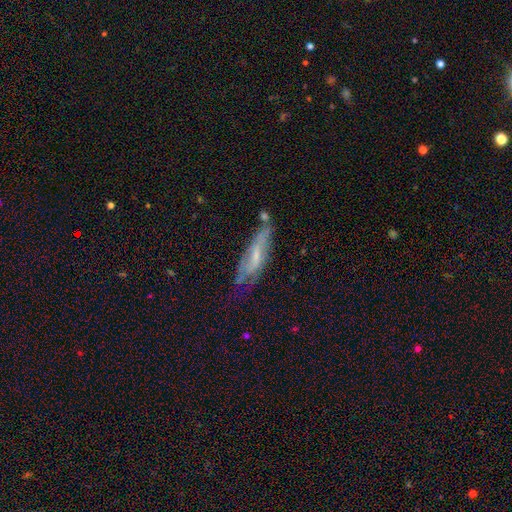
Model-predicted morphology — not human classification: This appears to be a featured or disk galaxy (60%). Merging: none (48%).